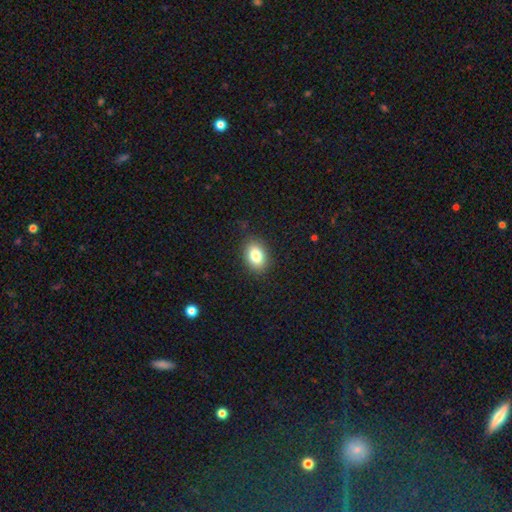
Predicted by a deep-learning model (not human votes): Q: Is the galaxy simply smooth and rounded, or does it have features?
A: smooth — 82%.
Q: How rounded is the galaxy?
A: in between — 77%.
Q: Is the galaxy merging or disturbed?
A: none — 87%.